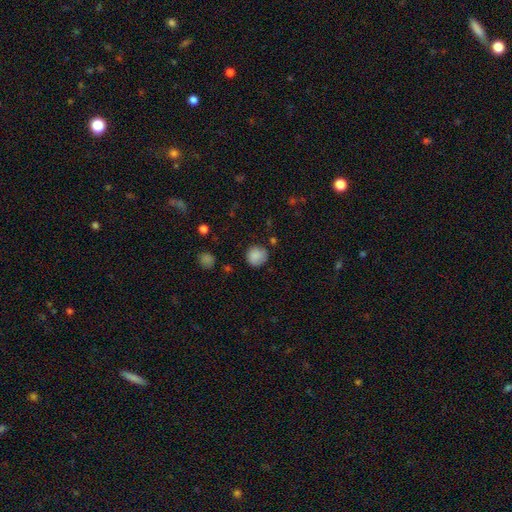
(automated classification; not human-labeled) smooth_or_featured: smooth (p=0.86) [alt: star or artifact p=0.09]
how_rounded: round (p=0.91) [alt: in between p=0.08]
merging: none (p=0.78) [alt: minor disturbance p=0.16]